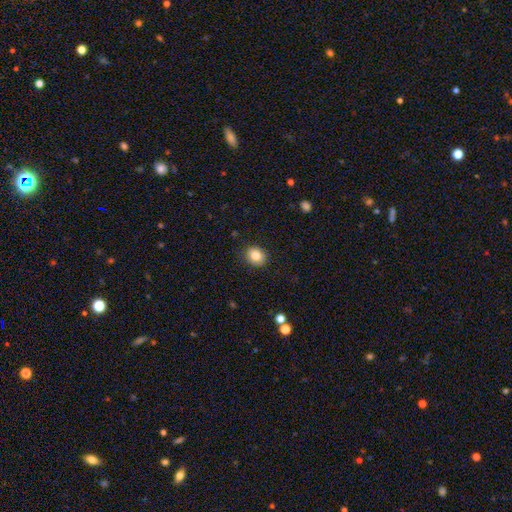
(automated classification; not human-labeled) The model was most divided on "how rounded": round: 66%, in between: 33%, cigar-shaped: 1%. More confident: merging — none (88%); smooth or featured — smooth (83%).